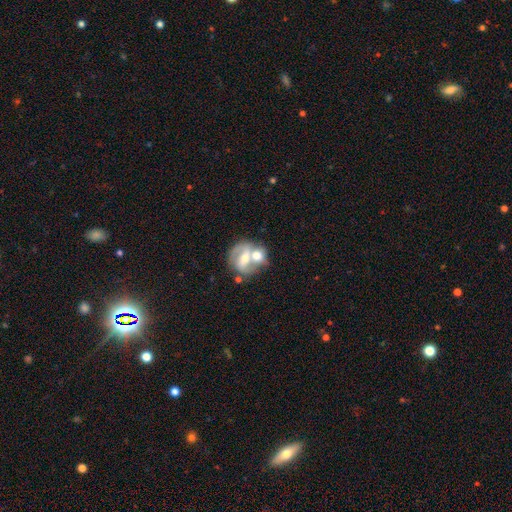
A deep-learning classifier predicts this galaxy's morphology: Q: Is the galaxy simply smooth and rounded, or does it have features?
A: featured or disk — 56%.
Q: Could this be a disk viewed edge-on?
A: no — 96%.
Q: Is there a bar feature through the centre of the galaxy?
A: no — 37%.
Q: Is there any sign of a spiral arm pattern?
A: yes — 52%.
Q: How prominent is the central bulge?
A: moderate — 59%.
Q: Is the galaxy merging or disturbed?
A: merger — 57%.